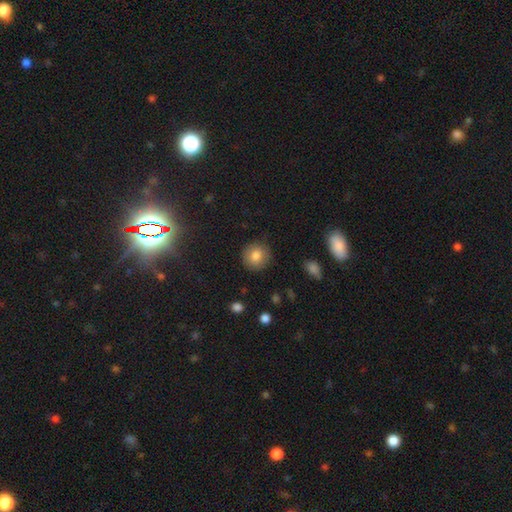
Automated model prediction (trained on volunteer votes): smooth_or_featured: smooth (p=0.81) [alt: star or artifact p=0.09]
how_rounded: round (p=0.92) [alt: in between p=0.07]
merging: none (p=0.88) [alt: minor disturbance p=0.09]